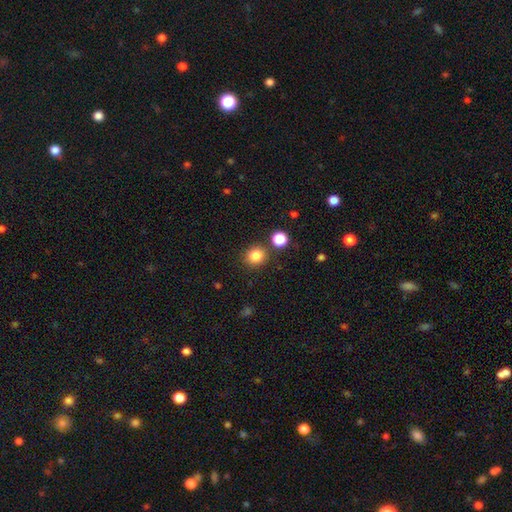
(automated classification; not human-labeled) Smooth or featured? smooth (83%)
How rounded? round (82%)
Merging? none (84%)